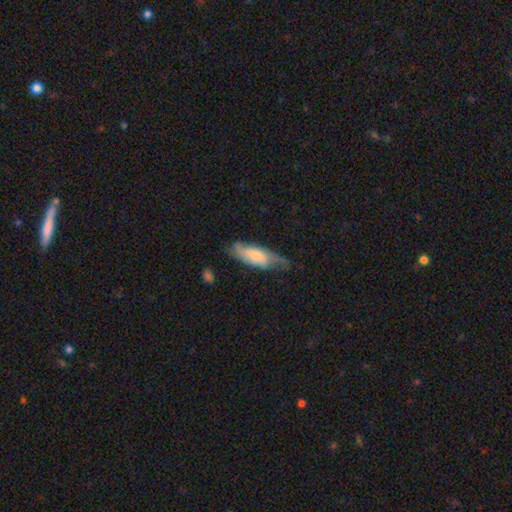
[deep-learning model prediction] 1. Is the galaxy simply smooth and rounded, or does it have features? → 49% featured or disk, 45% smooth, 6% star or artifact.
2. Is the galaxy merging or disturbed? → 52% none, 31% minor disturbance, 14% major disturbance, 2% merger.